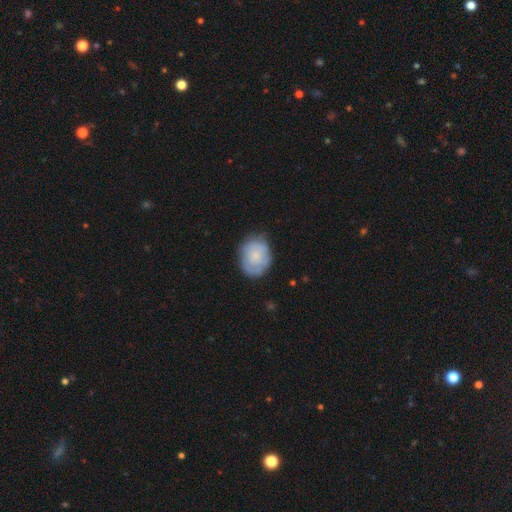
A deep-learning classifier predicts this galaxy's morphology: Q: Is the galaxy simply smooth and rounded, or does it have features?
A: smooth — 54%.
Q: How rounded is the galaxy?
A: in between — 51%.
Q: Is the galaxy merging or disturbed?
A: none — 66%.